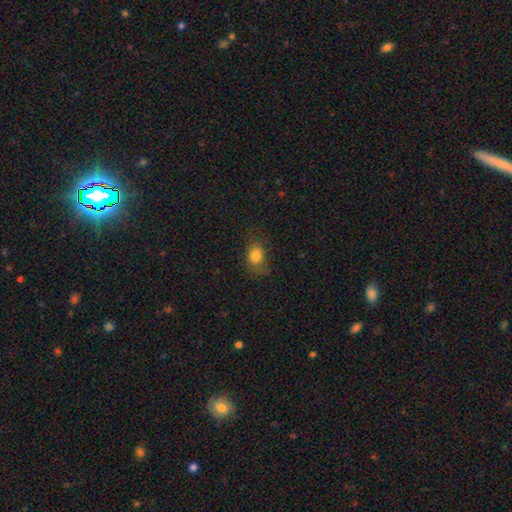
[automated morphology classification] A smooth galaxy with no disk features (81%) that is in between round and cigar-shaped (64%). Merging: none (65%).